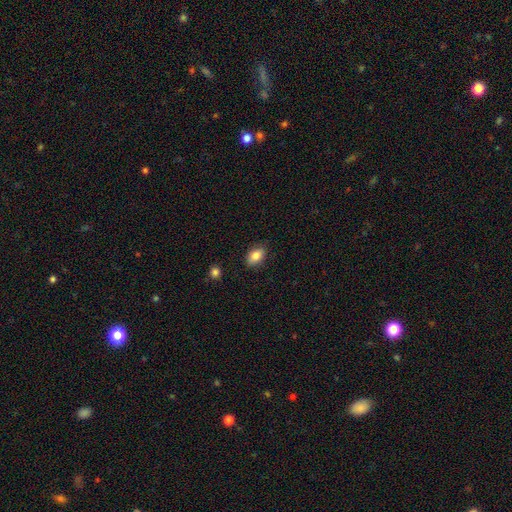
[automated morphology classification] Smooth or featured: smooth — 84% (featured or disk — 9%)
How rounded: in between — 88% (round — 9%)
Merging: none — 86% (minor disturbance — 11%)